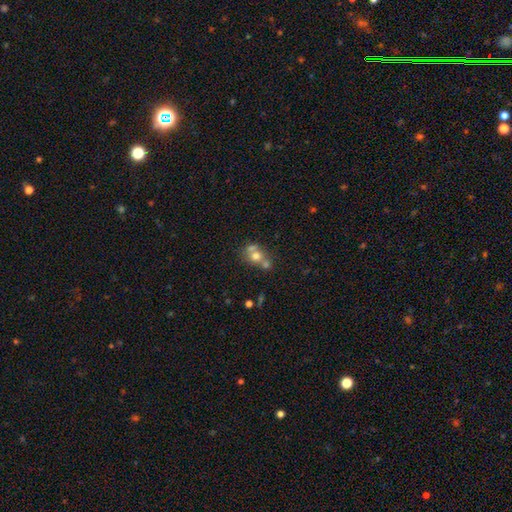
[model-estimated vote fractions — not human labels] This is likely a smooth galaxy (63%). How rounded: likely round (68%). Merging: possibly merger (53%).